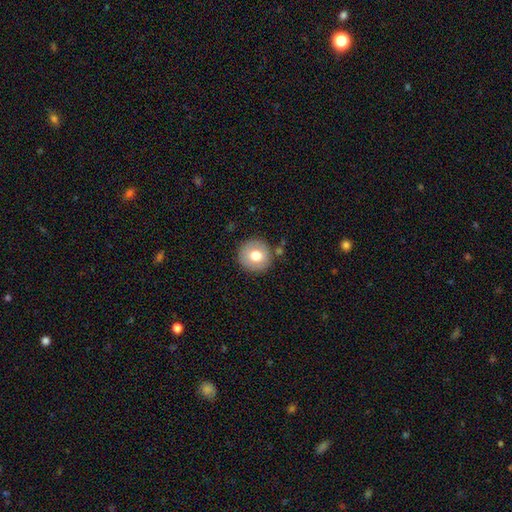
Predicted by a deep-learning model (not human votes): Smooth or featured?
  - smooth: 72% *
  - featured or disk: 20%
  - star or artifact: 8%
How rounded?
  - round: 94% *
  - in between: 5%
  - cigar-shaped: 1%
Merging?
  - none: 85% *
  - minor disturbance: 9%
  - merger: 3%
  - major disturbance: 3%